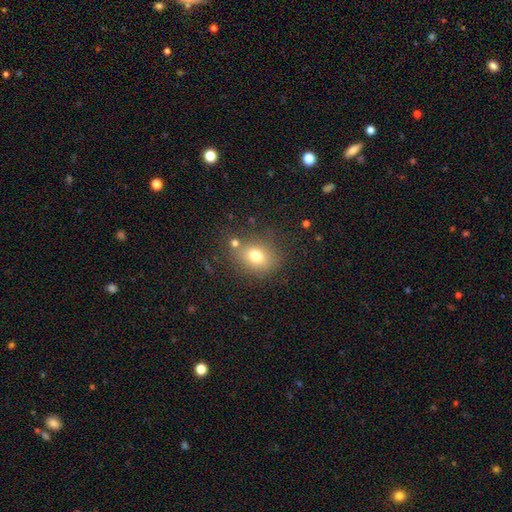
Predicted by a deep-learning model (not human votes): smooth_or_featured: smooth (p=0.74) [alt: star or artifact p=0.13]
how_rounded: in between (p=0.50) [alt: round p=0.49]
merging: none (p=0.71) [alt: minor disturbance p=0.14]